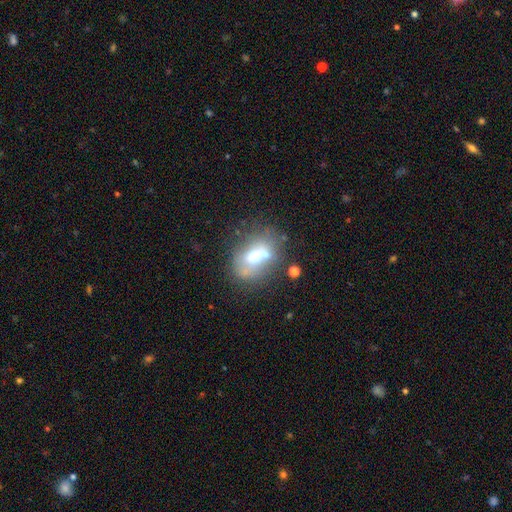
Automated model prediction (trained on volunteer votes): Q: Smooth or featured?
A: smooth (51%); runner-up: featured or disk (37%)
Q: How rounded?
A: in between (72%); runner-up: round (25%)
Q: Merging?
A: none (41%); runner-up: merger (22%)